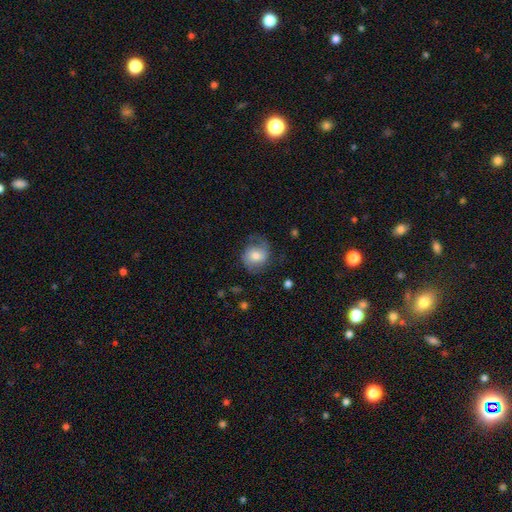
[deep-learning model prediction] Morphology: type=smooth (49%); merging=none (62%).